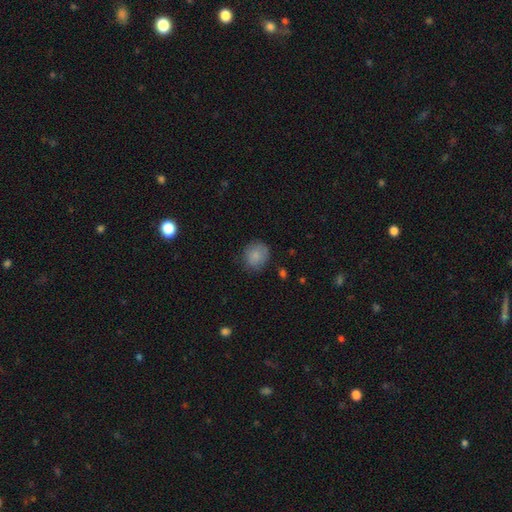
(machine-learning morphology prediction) Overall: smooth (84%). How rounded: round (75%). Merging: none (74%).